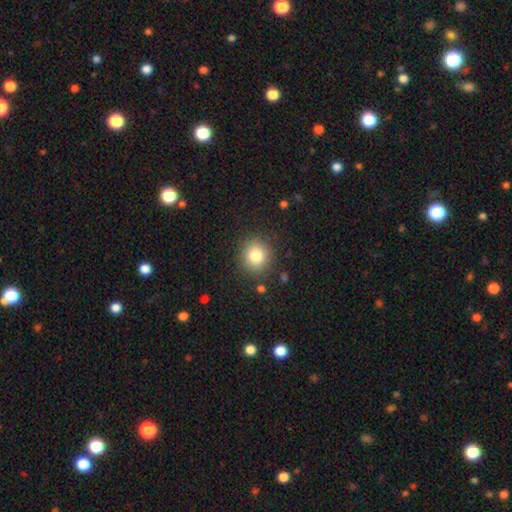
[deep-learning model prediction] This is clearly a smooth galaxy (82%). How rounded: clearly round (88%). Merging: clearly none (88%).